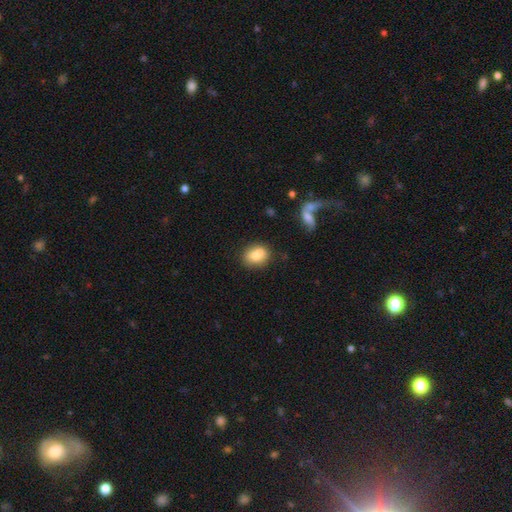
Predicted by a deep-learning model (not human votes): smooth-or-featured: smooth: 79% | featured or disk: 13% | star or artifact: 9%
  how-rounded: in between: 65% | round: 33% | cigar-shaped: 2%
  merging: none: 59% | merger: 19% | minor disturbance: 17% | major disturbance: 5%